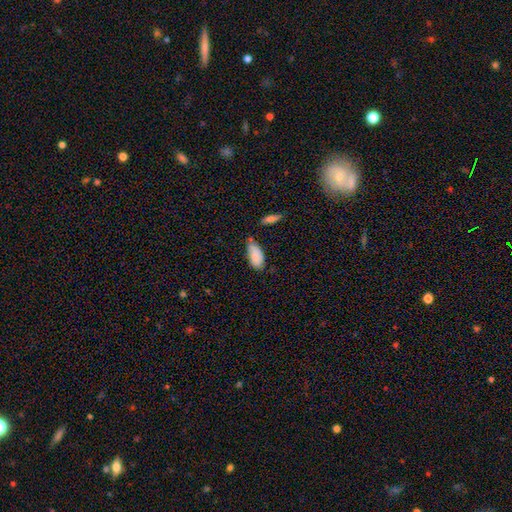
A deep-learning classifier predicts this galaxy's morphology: smooth_or_featured: smooth (p=0.86) [alt: featured or disk p=0.07]
how_rounded: in between (p=0.90) [alt: cigar-shaped p=0.08]
merging: none (p=0.55) [alt: minor disturbance p=0.31]